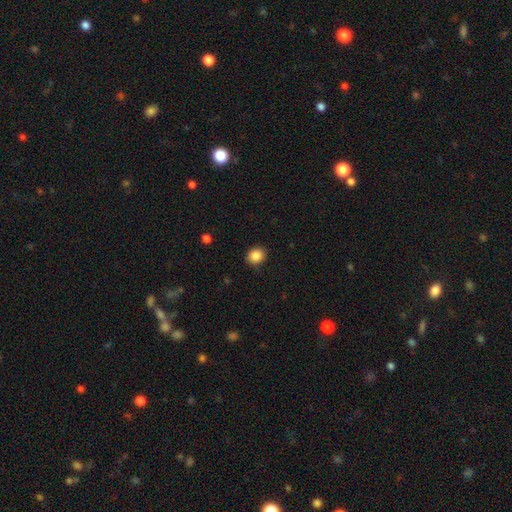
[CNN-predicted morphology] A smooth galaxy with no disk features (87%) that is round (73%).

Vote fractions:
- Smooth or featured? smooth: 87% / star or artifact: 9% / featured or disk: 4%
- How rounded? round: 73% / in between: 27% / cigar-shaped: 1%
- Merging? none: 88% / minor disturbance: 9% / major disturbance: 2% / merger: 1%